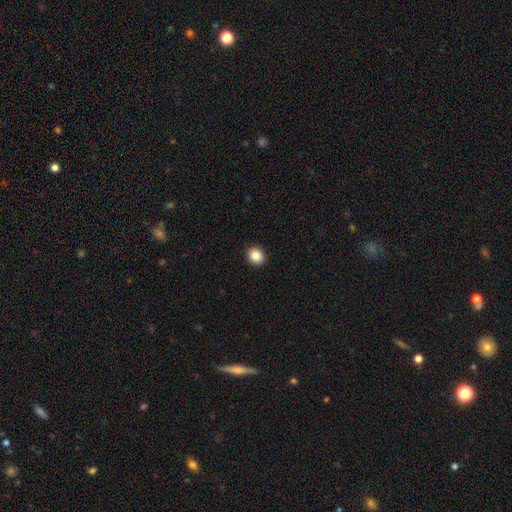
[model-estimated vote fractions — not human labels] Smooth or featured: smooth — 87% (star or artifact — 9%)
How rounded: round — 81% (in between — 18%)
Merging: none — 93% (minor disturbance — 5%)